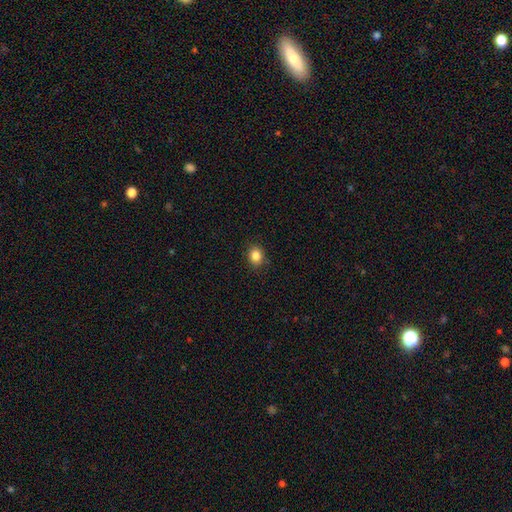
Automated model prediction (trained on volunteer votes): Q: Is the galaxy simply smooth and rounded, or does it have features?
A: smooth — 85%.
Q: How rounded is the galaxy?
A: round — 58%.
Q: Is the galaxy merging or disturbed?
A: none — 88%.